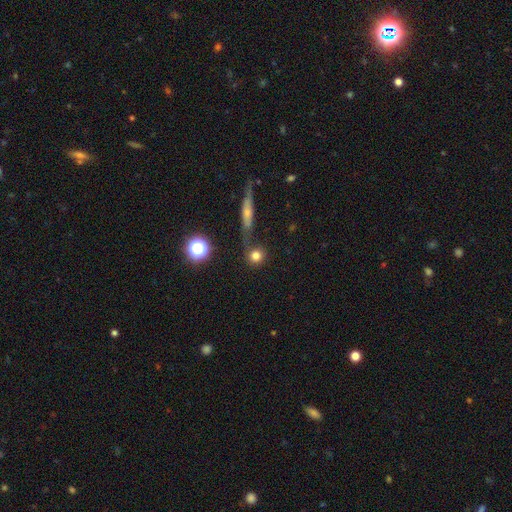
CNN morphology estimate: Q: Smooth or featured?
A: smooth (77%); runner-up: star or artifact (14%)
Q: How rounded?
A: round (90%); runner-up: in between (8%)
Q: Merging?
A: none (73%); runner-up: merger (12%)